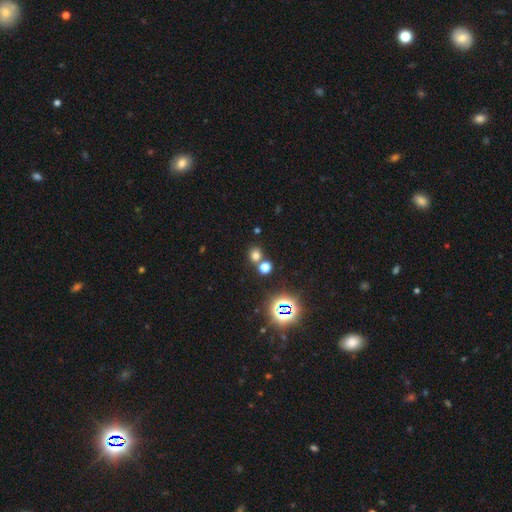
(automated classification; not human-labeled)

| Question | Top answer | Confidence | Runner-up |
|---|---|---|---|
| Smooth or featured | smooth | 66% | star or artifact (27%) |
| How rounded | round | 78% | in between (21%) |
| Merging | none | 65% | merger (25%) |